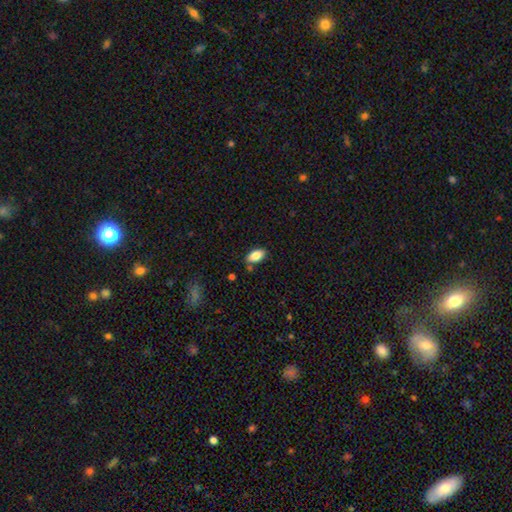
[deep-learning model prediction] Smooth or featured? Predicted: smooth (p=0.84). How rounded? Predicted: in between (p=0.91). Merging? Predicted: none (p=0.81).